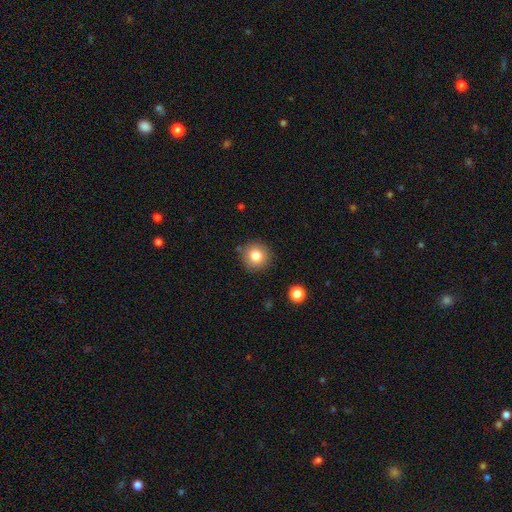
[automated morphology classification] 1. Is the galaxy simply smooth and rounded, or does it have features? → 81% smooth, 10% star or artifact, 8% featured or disk.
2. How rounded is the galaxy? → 93% round, 6% in between, 1% cigar-shaped.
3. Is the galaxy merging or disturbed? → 86% none, 9% minor disturbance, 3% major disturbance, 2% merger.